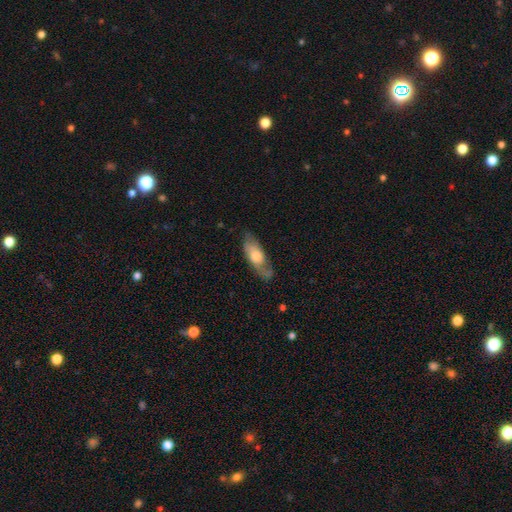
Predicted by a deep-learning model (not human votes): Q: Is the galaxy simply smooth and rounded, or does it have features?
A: smooth — 53%.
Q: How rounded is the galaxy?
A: in between — 70%.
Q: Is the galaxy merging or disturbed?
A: none — 64%.